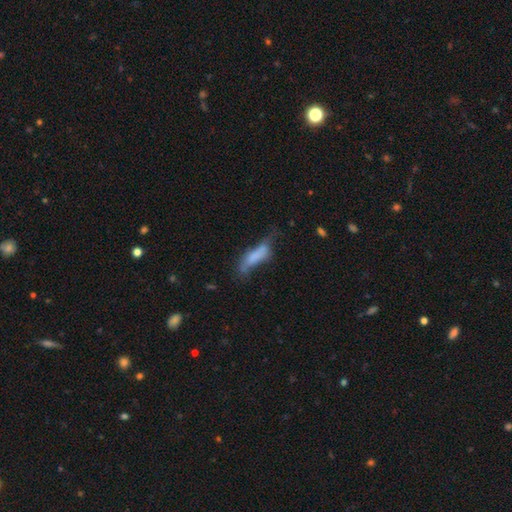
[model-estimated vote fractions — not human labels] Q: Smooth or featured?
A: smooth (64%); runner-up: featured or disk (27%)
Q: How rounded?
A: cigar-shaped (57%); runner-up: in between (41%)
Q: Merging?
A: none (34%); runner-up: minor disturbance (31%)